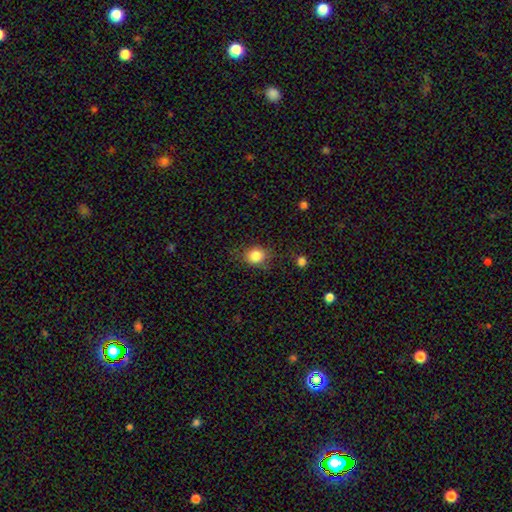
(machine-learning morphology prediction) Smooth or featured?
  - smooth: 84% *
  - star or artifact: 10%
  - featured or disk: 5%
How rounded?
  - round: 71% *
  - in between: 28%
  - cigar-shaped: 1%
Merging?
  - none: 78% *
  - minor disturbance: 15%
  - major disturbance: 5%
  - merger: 2%